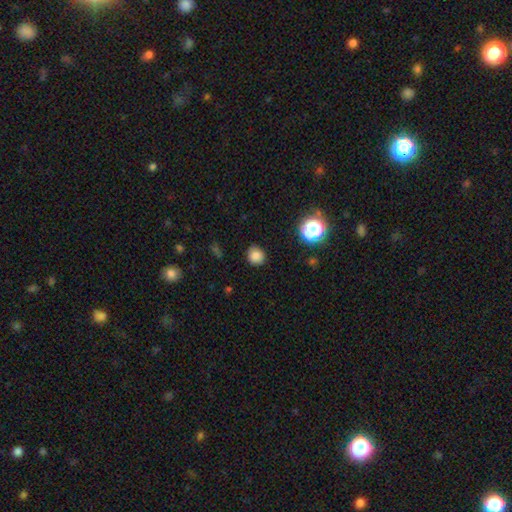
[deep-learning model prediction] Morphology: type=smooth (82%); roundness=round (85%); merging=none (85%).